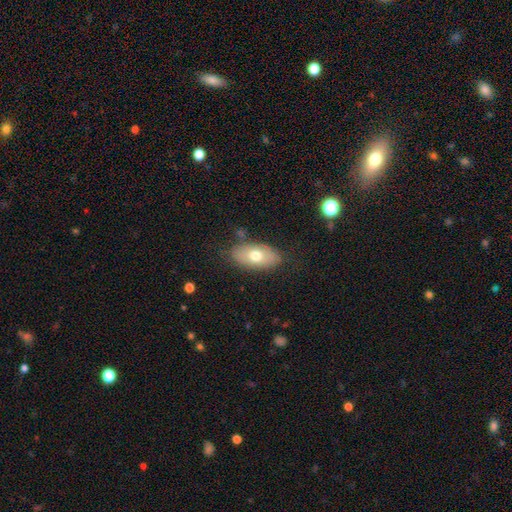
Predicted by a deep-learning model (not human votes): Smooth or featured? Predicted: smooth (p=0.67). How rounded? Predicted: in between (p=0.90). Merging? Predicted: none (p=0.81).